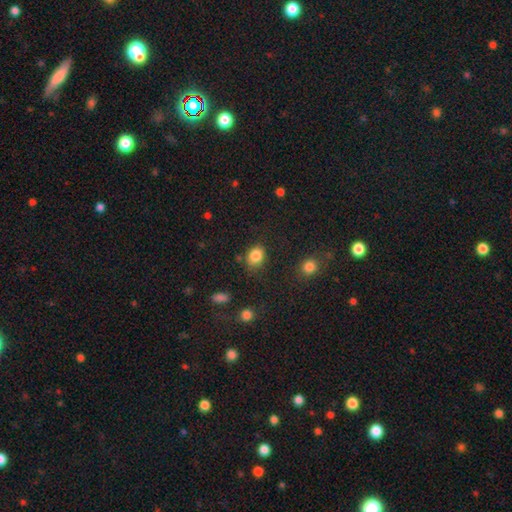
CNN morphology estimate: The model was most divided on "how rounded": in between: 53%, round: 46%, cigar-shaped: 1%. More confident: smooth or featured — smooth (85%); merging — none (73%).